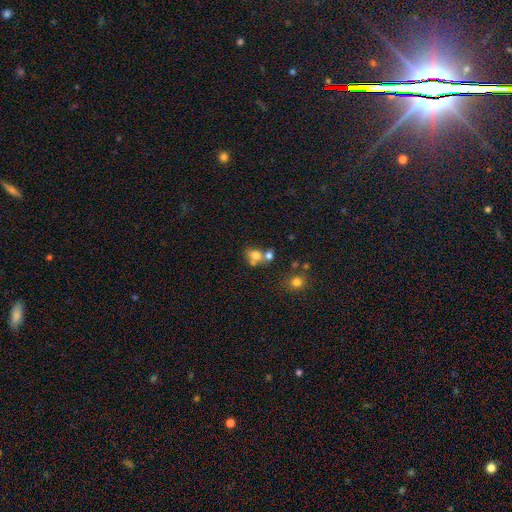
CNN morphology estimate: Smooth or featured? Predicted: smooth (p=0.73). How rounded? Predicted: round (p=0.56). Merging? Predicted: merger (p=0.47).